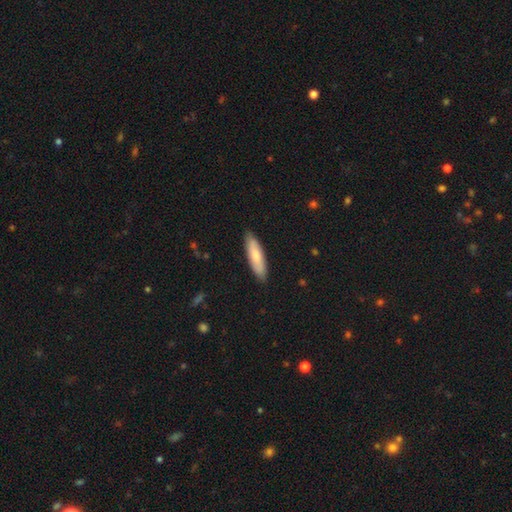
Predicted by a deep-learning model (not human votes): Overall: smooth (74%). How rounded: cigar-shaped (63%; in between 36%). Merging: none (87%).